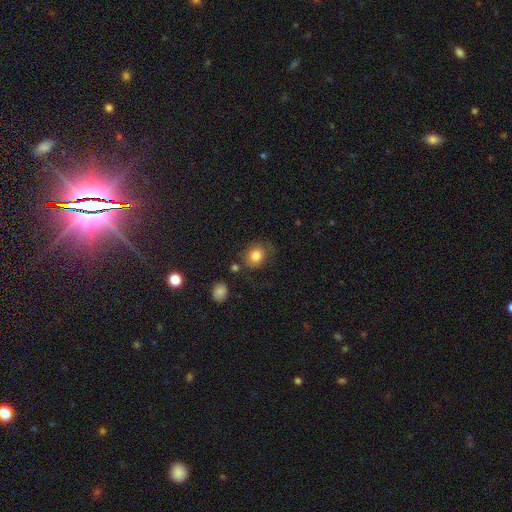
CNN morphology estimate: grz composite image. It shows a smooth galaxy with no disk features (82%) that is round (66%). Merging: none (72%).